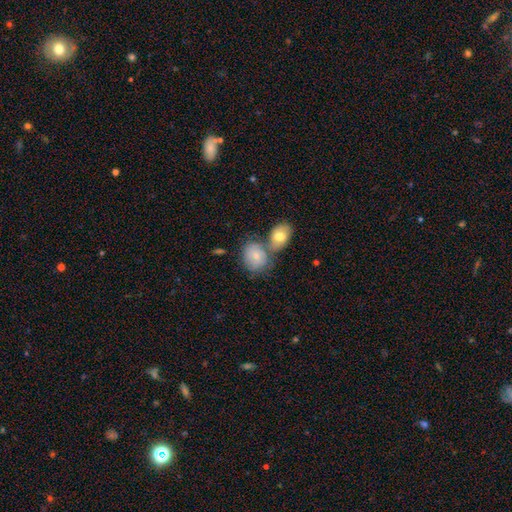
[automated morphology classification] A smooth galaxy with no disk features (72%) that is in between round and cigar-shaped (50%). Merging: merger (45%).